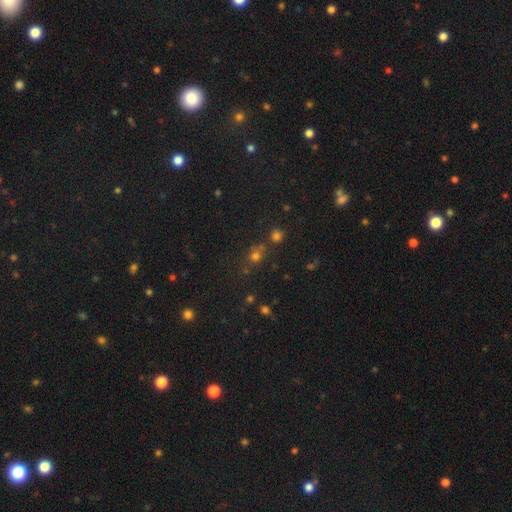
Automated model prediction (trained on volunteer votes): The model was most divided on "smooth or featured": smooth: 53%, star or artifact: 37%, featured or disk: 9%. More confident: how rounded — round (82%); merging — none (63%).